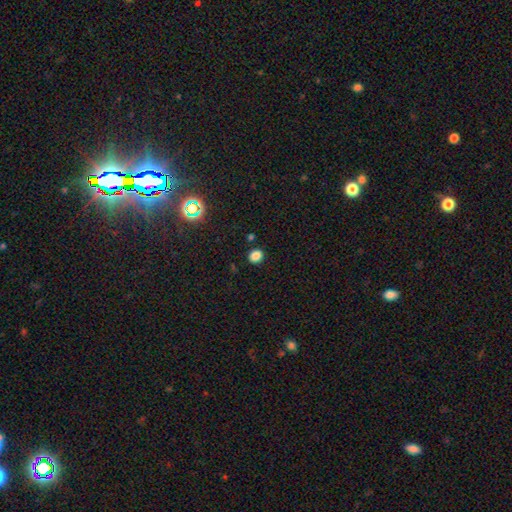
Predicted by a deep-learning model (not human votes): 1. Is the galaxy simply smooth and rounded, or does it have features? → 83% smooth, 14% star or artifact, 4% featured or disk.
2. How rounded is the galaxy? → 63% round, 36% in between, 1% cigar-shaped.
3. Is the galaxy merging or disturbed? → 88% none, 8% minor disturbance, 2% major disturbance, 2% merger.